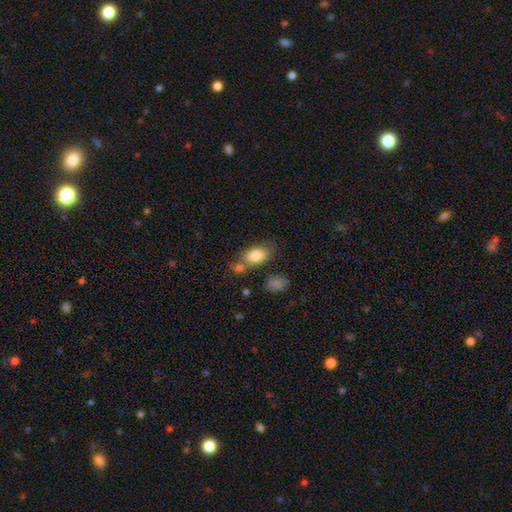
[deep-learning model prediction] smooth-or-featured: smooth: 84% | featured or disk: 8% | star or artifact: 8%
  how-rounded: in between: 86% | round: 11% | cigar-shaped: 2%
  merging: none: 60% | minor disturbance: 18% | merger: 17% | major disturbance: 6%